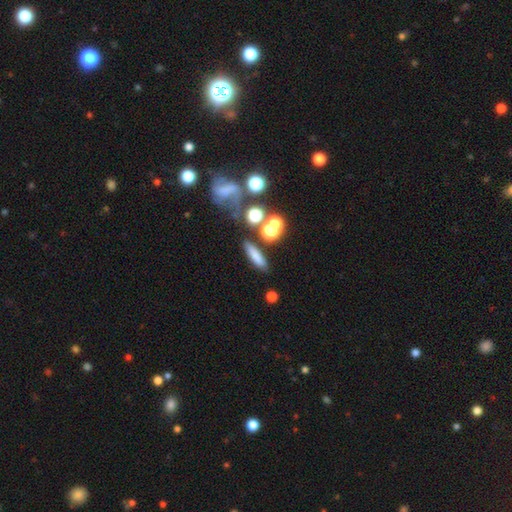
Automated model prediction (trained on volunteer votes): Morphology: type=smooth (72%); roundness=cigar-shaped (66%); merging=none (76%).